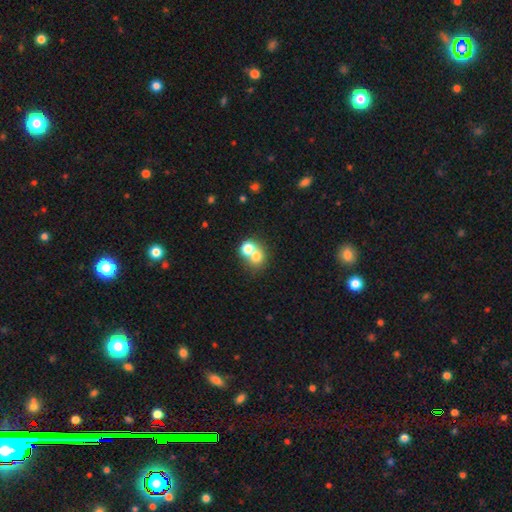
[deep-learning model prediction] smooth 69%, featured or disk 16%, star or artifact 15%. Down the decision tree: how rounded — round (78%); merging — merger (54%).